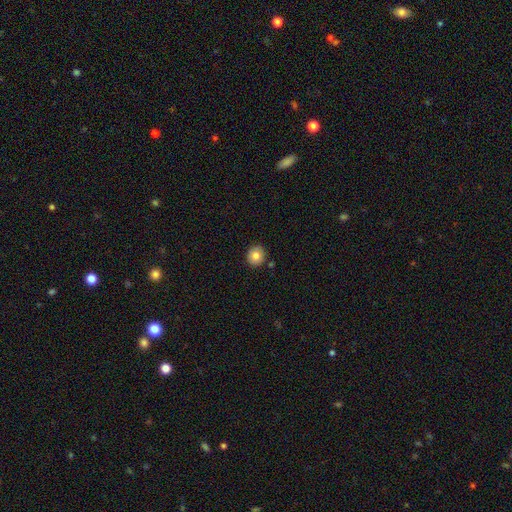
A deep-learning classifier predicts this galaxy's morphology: Overall: smooth (82%). How rounded: round (83%). Merging: none (87%).